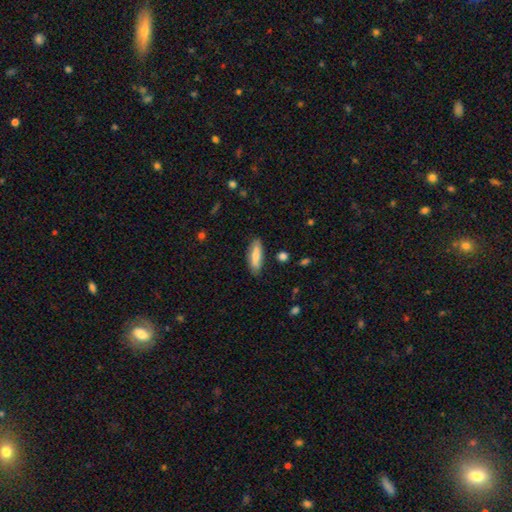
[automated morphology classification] Smooth or featured? Predicted: smooth (p=0.68). How rounded? Predicted: in between (p=0.51). Merging? Predicted: none (p=0.83).